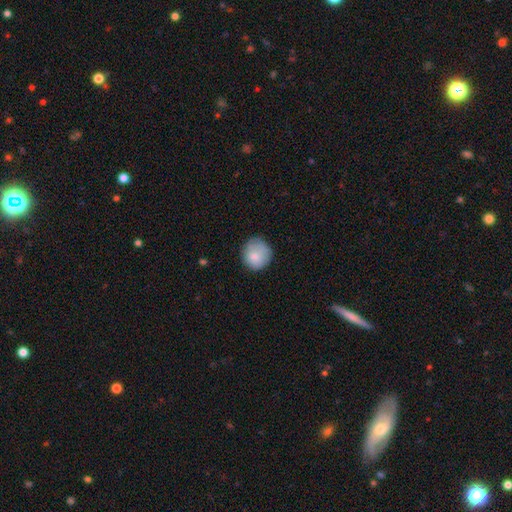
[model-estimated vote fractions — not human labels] Q: Smooth or featured?
A: smooth (83%); runner-up: featured or disk (10%)
Q: How rounded?
A: round (87%); runner-up: in between (12%)
Q: Merging?
A: none (74%); runner-up: minor disturbance (20%)